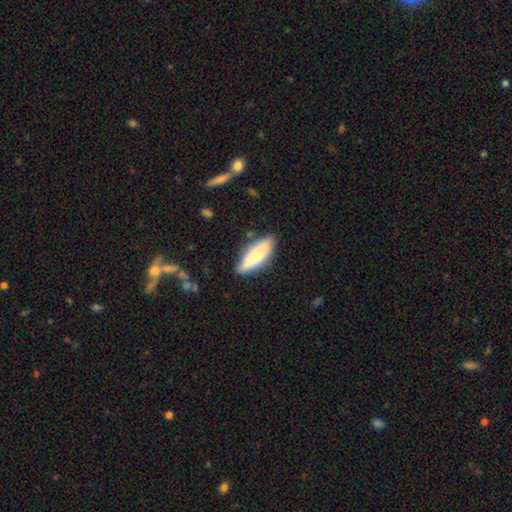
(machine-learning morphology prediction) type=smooth (68%); roundness=in between (62%); merging=none (77%).